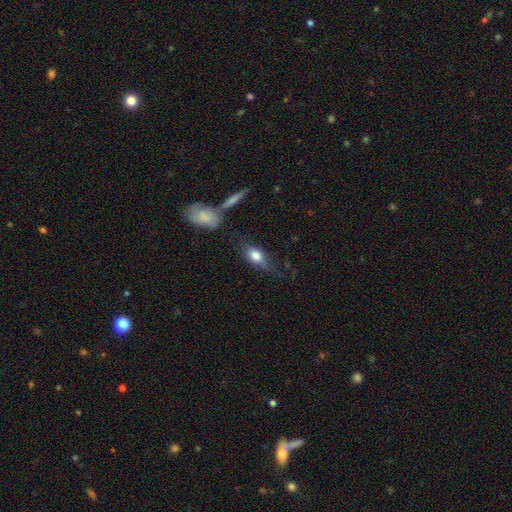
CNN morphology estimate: Smooth or featured? Predicted: smooth (p=0.73). How rounded? Predicted: in between (p=0.73). Merging? Predicted: none (p=0.57).